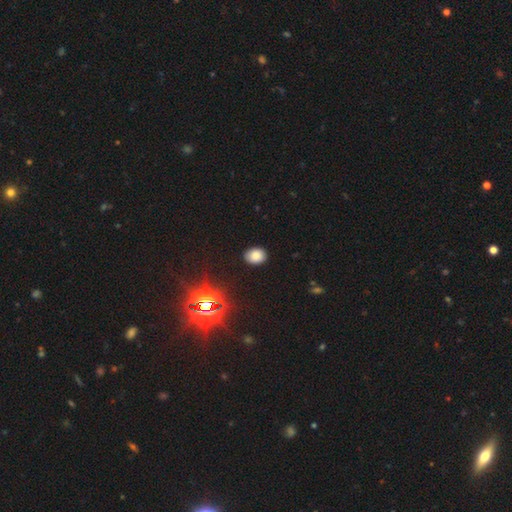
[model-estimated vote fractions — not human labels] Morphology: type=smooth (81%); roundness=in between (65%); merging=none (88%).